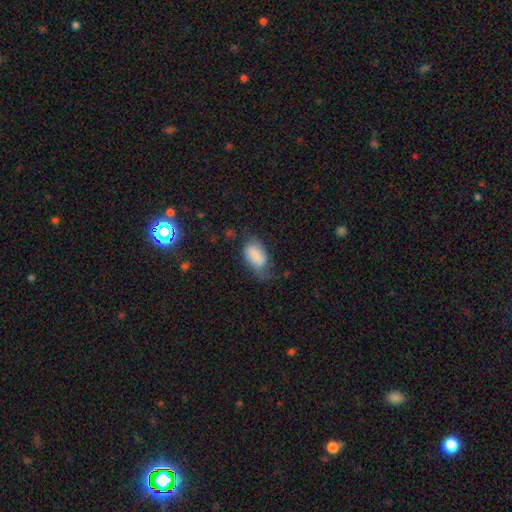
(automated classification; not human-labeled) smooth_or_featured: smooth (p=0.68) [alt: featured or disk p=0.24]
how_rounded: in between (p=0.92) [alt: round p=0.06]
merging: none (p=0.42) [alt: minor disturbance p=0.33]